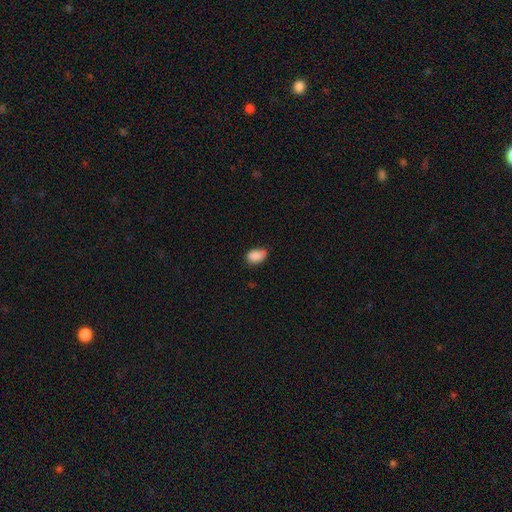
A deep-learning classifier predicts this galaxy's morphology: Overall: smooth (88%). How rounded: in between (86%). Merging: none (63%; minor disturbance 30%).